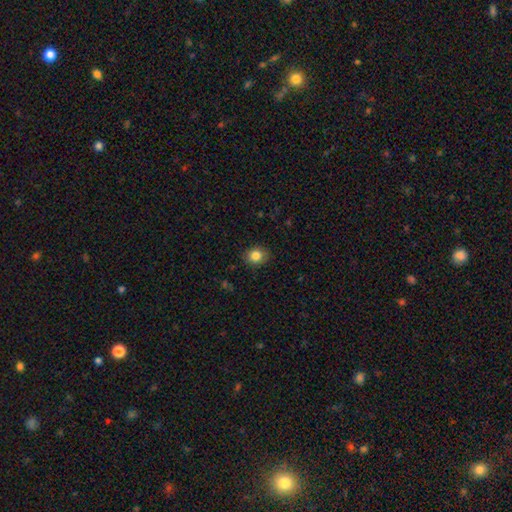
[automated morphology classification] Smooth or featured? Predicted: smooth (p=0.84). How rounded? Predicted: round (p=0.69). Merging? Predicted: none (p=0.88).